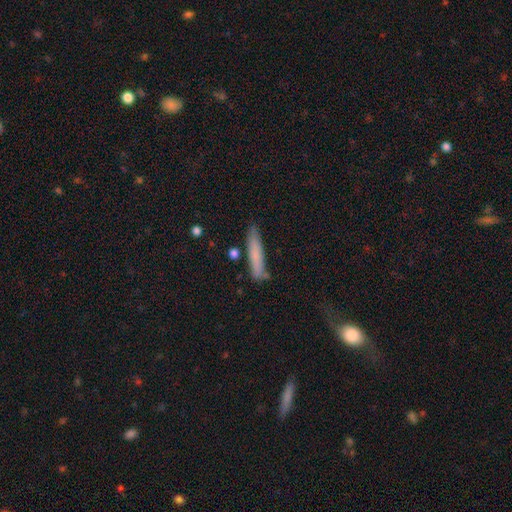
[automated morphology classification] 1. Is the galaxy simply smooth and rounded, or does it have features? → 72% smooth, 20% featured or disk, 7% star or artifact.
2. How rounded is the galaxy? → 90% cigar-shaped, 8% in between, 2% round.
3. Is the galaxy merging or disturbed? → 74% none, 18% minor disturbance, 4% merger, 4% major disturbance.